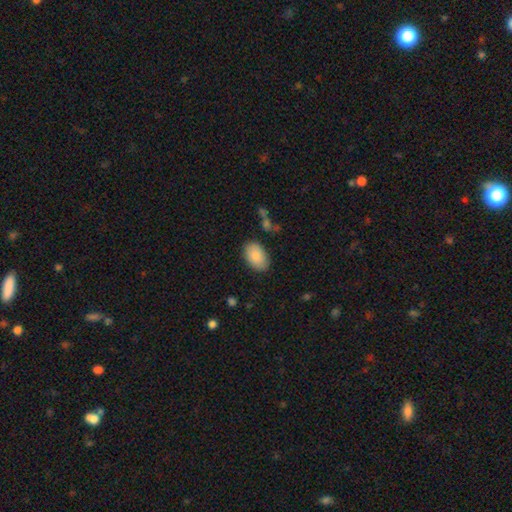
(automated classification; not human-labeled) Overall: smooth (86%). How rounded: in between (92%). Merging: none (83%).